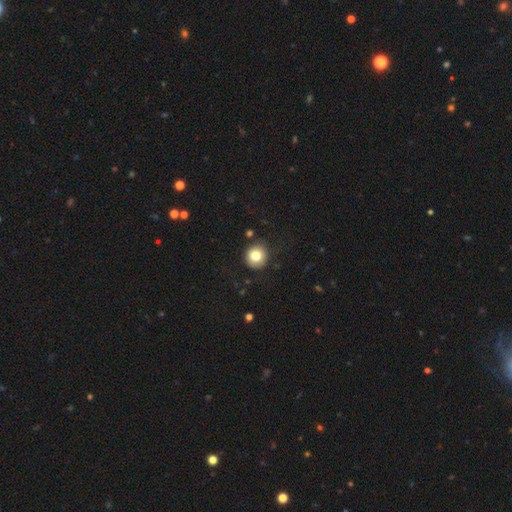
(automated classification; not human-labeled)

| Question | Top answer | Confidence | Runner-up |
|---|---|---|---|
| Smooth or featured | smooth | 80% | star or artifact (10%) |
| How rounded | round | 89% | in between (10%) |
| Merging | none | 85% | minor disturbance (10%) |